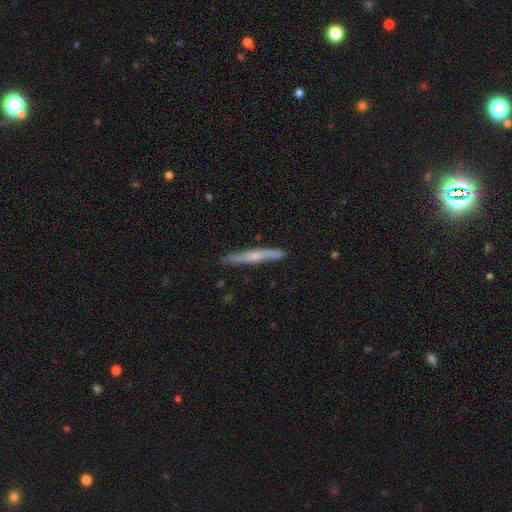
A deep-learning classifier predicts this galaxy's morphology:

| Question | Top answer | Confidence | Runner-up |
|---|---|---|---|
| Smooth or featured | featured or disk | 58% | smooth (36%) |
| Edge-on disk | yes | 96% | no (4%) |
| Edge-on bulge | rounded | 65% | none (29%) |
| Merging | none | 88% | minor disturbance (9%) |